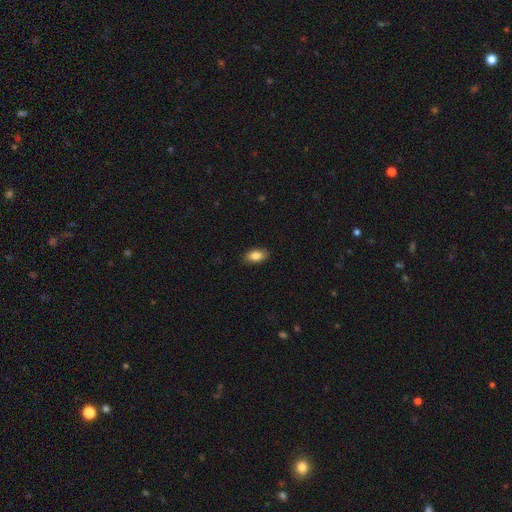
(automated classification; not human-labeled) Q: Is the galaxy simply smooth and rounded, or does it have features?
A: smooth — 86%.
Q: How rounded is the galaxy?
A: in between — 91%.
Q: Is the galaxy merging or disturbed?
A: none — 87%.